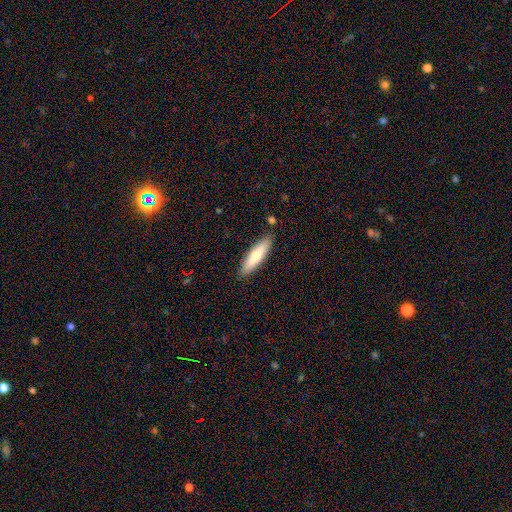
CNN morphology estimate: Overall: smooth (69%). How rounded: cigar-shaped (71%). Merging: none (87%).